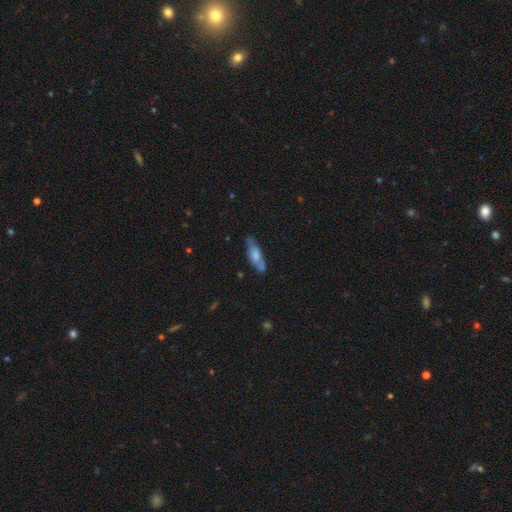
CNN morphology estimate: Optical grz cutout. It shows a smooth galaxy with no disk features (55%) that is in between round and cigar-shaped (50%). Merging: none (67%).